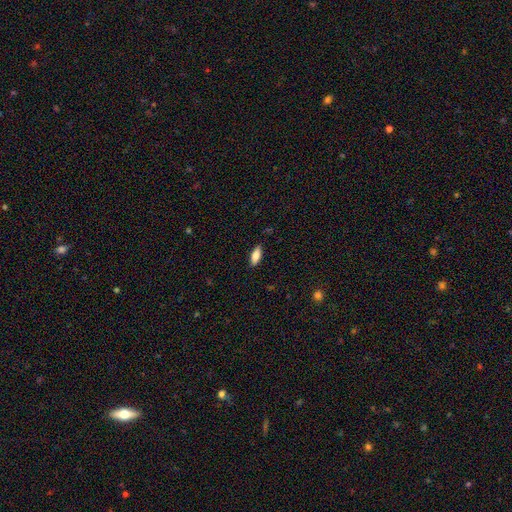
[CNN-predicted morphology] type=smooth (80%); roundness=in between (74%); merging=none (86%).